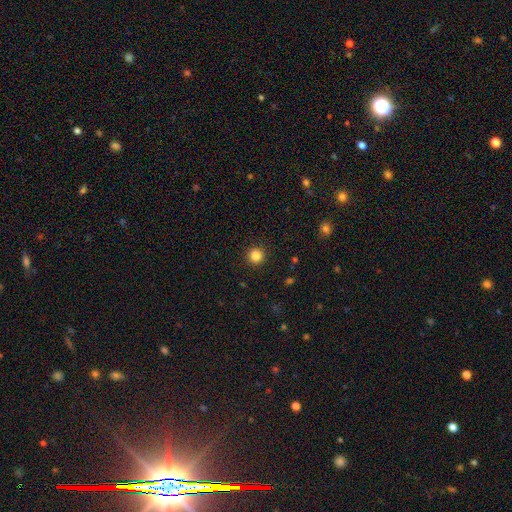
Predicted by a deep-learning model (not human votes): Q: Smooth or featured?
A: smooth (85%); runner-up: star or artifact (11%)
Q: How rounded?
A: round (95%); runner-up: in between (4%)
Q: Merging?
A: none (93%); runner-up: minor disturbance (4%)